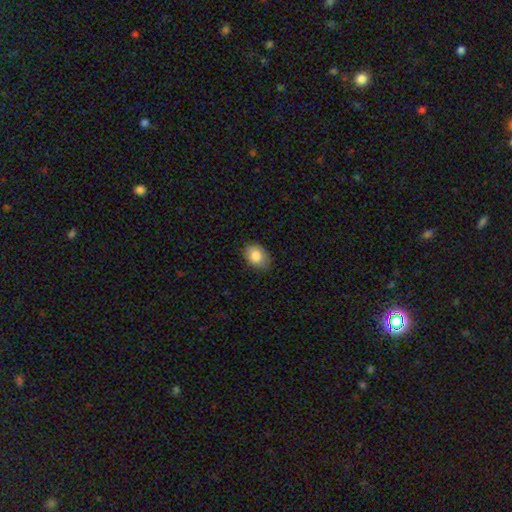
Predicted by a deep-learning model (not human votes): Smooth or featured: smooth — 85% (star or artifact — 8%)
How rounded: in between — 72% (round — 27%)
Merging: none — 83% (minor disturbance — 14%)